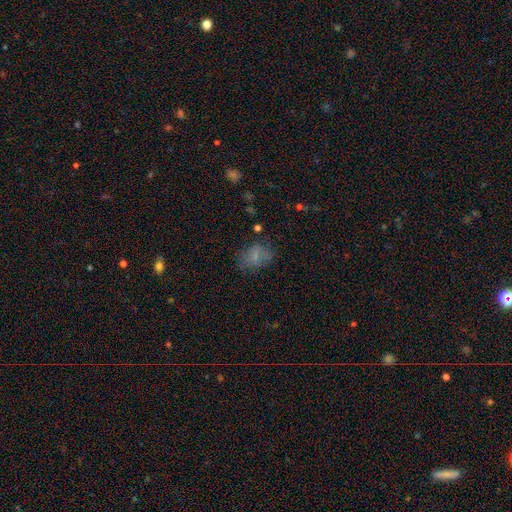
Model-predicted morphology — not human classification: This is likely a smooth galaxy (65%). How rounded: likely in between (75%). Merging: likely none (64%).